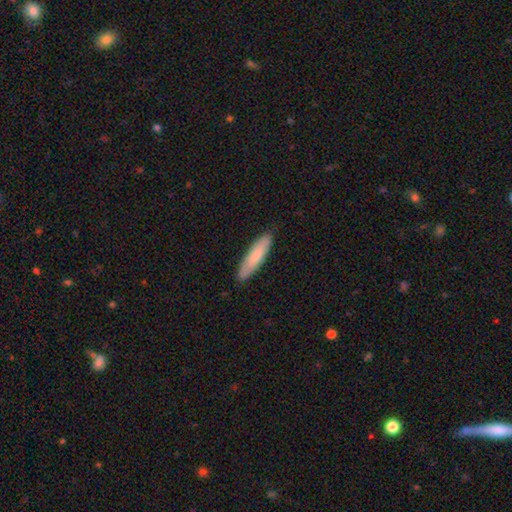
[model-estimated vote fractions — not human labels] A smooth galaxy with no disk features (76%) that is cigar-shaped (74%). Merging: none (87%).